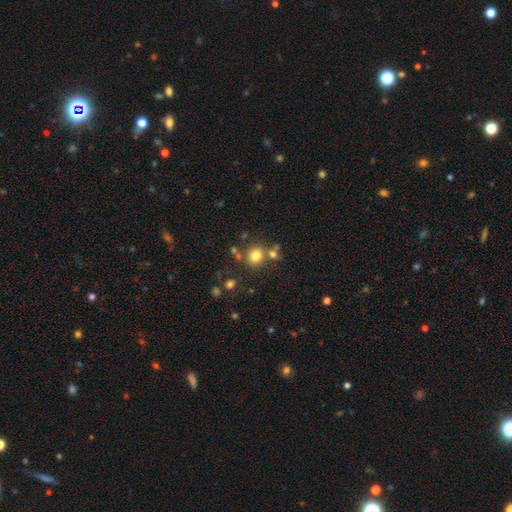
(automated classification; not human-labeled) Smooth or featured: smooth — 78% (star or artifact — 14%)
How rounded: round — 83% (in between — 16%)
Merging: none — 69% (merger — 17%)